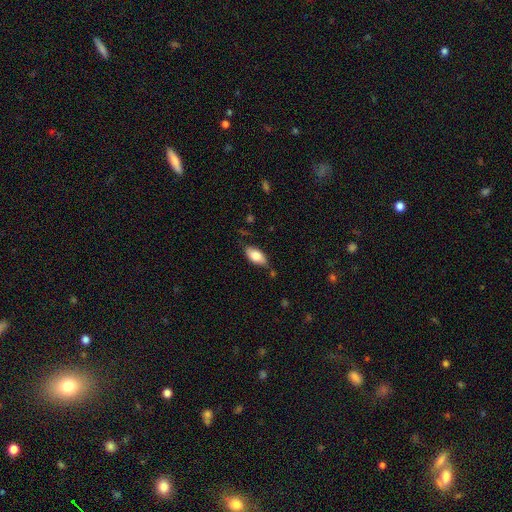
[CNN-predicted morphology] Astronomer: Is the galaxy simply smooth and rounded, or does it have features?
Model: smooth — 80%.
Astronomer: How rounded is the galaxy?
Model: in between — 91%.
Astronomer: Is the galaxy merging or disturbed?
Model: none — 73%.